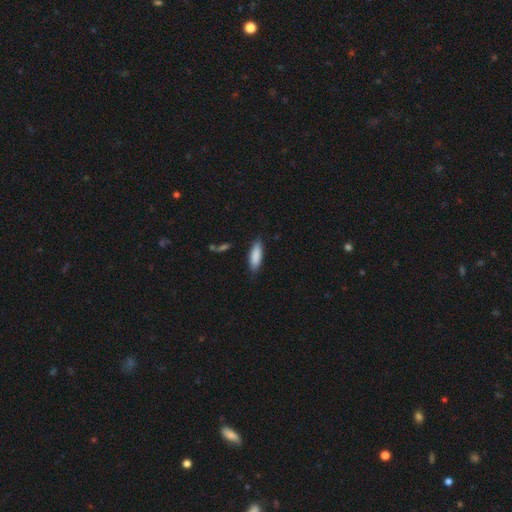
Overall: smooth (87%). How rounded: in between (48%, tied with cigar-shaped). Merging: none (76%).